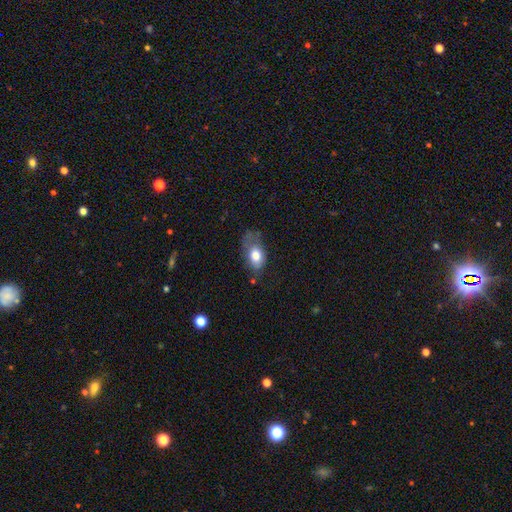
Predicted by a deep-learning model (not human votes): Q: Smooth or featured?
A: smooth (75%); runner-up: featured or disk (17%)
Q: How rounded?
A: in between (86%); runner-up: round (12%)
Q: Merging?
A: minor disturbance (36%); runner-up: none (33%)